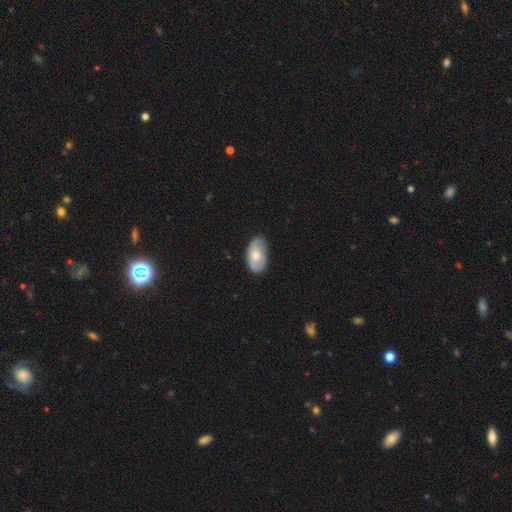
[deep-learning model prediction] Morphology: type=smooth (61%); roundness=in between (94%); merging=none (69%).